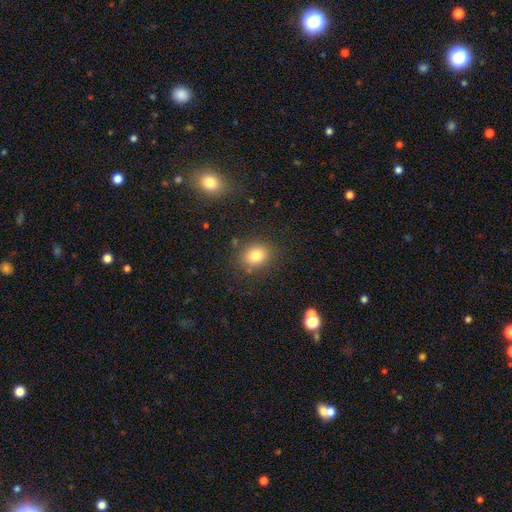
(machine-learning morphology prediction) type=smooth (80%); roundness=round (67%); merging=none (83%).